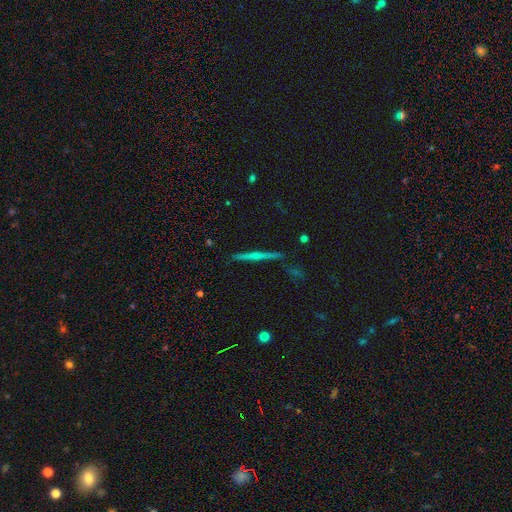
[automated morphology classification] smooth_or_featured: featured or disk (p=0.63) [alt: smooth p=0.23]
disk_edge_on: yes (p=0.95) [alt: no p=0.05]
edge_on_bulge: rounded (p=0.47) [alt: none p=0.42]
merging: none (p=0.83) [alt: minor disturbance p=0.10]